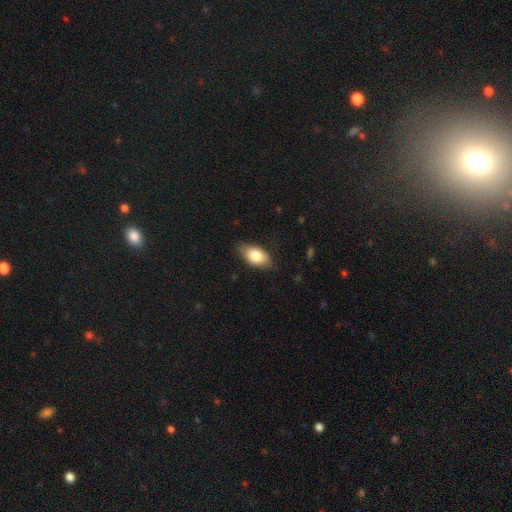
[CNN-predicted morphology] smooth_or_featured: smooth (p=0.79) [alt: featured or disk p=0.15]
how_rounded: in between (p=0.90) [alt: round p=0.06]
merging: none (p=0.77) [alt: minor disturbance p=0.18]